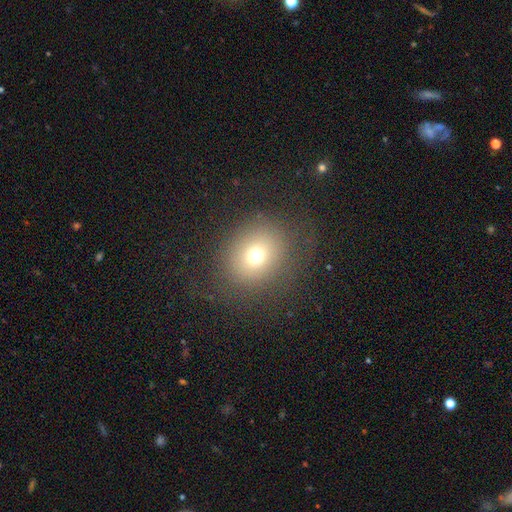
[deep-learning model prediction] A smooth galaxy with no disk features (69%) that is round (74%). Merging: none (75%).